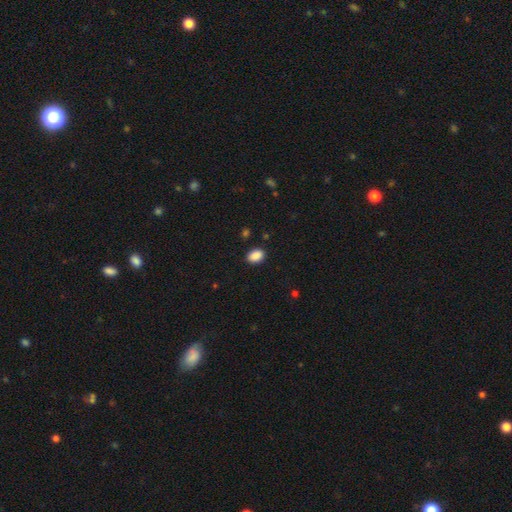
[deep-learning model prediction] Smooth or featured? Predicted: smooth (p=0.89). How rounded? Predicted: in between (p=0.78). Merging? Predicted: none (p=0.88).